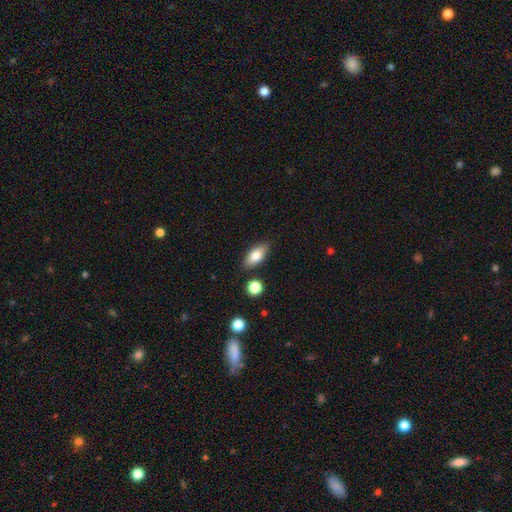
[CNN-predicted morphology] Overall: smooth (79%). How rounded: in between (86%). Merging: none (84%).